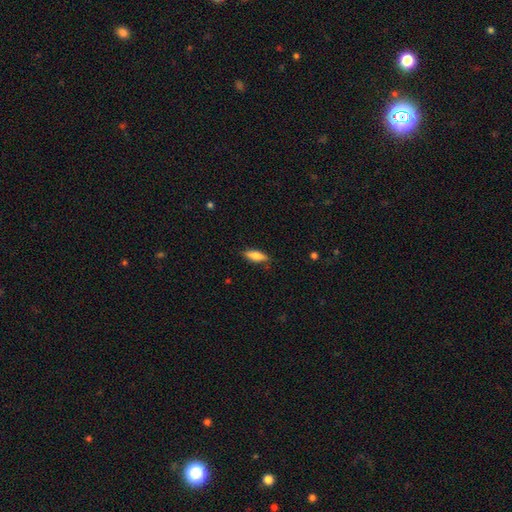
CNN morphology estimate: Overall: smooth (75%). How rounded: in between (62%; cigar-shaped 36%). Merging: none (80%).